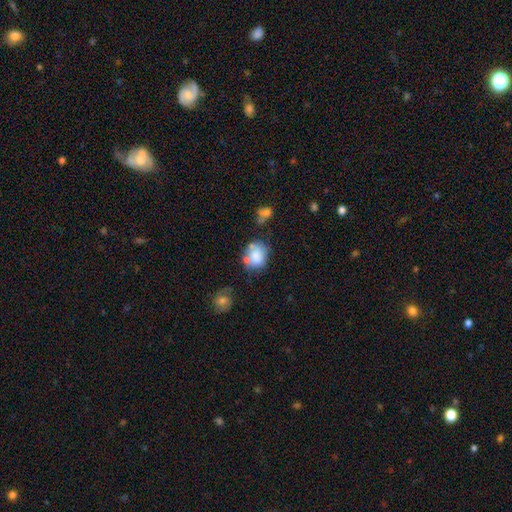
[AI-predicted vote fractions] The model was most divided on "how rounded": round: 57%, in between: 42%, cigar-shaped: 1%. Remaining: smooth or featured — smooth (74%); merging — none (47%).